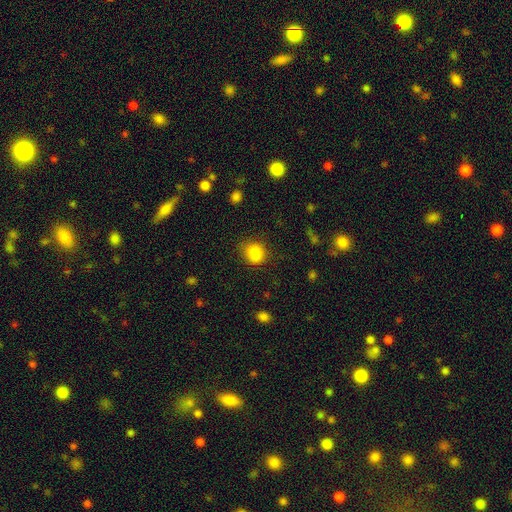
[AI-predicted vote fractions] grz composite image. It shows a smooth galaxy with no disk features (84%) that is in between round and cigar-shaped (52%). Merging: none (67%).